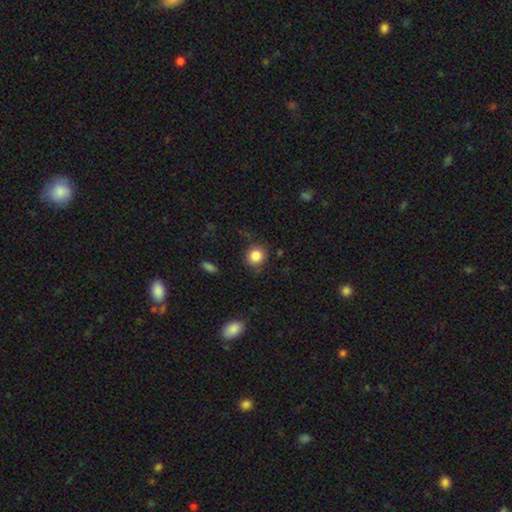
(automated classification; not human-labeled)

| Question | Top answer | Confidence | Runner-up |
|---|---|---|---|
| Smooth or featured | smooth | 85% | star or artifact (10%) |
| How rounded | round | 86% | in between (13%) |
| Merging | none | 82% | minor disturbance (12%) |